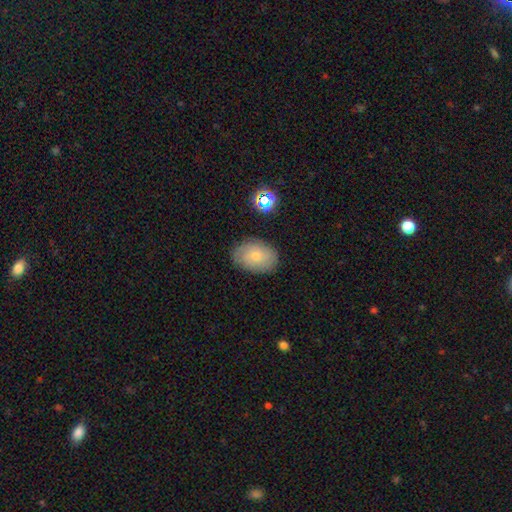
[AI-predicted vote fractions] Q: Smooth or featured?
A: smooth (58%); runner-up: featured or disk (32%)
Q: How rounded?
A: in between (78%); runner-up: round (20%)
Q: Merging?
A: none (81%); runner-up: minor disturbance (14%)